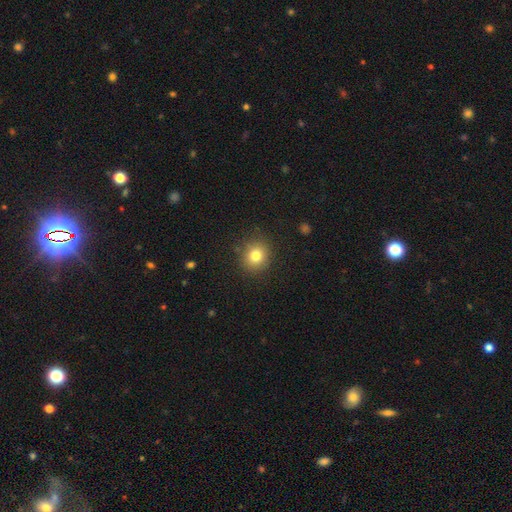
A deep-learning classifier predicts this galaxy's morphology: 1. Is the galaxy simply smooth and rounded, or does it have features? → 80% smooth, 12% star or artifact, 8% featured or disk.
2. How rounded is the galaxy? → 83% round, 16% in between, 1% cigar-shaped.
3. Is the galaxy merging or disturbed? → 87% none, 9% minor disturbance, 3% major disturbance, 1% merger.